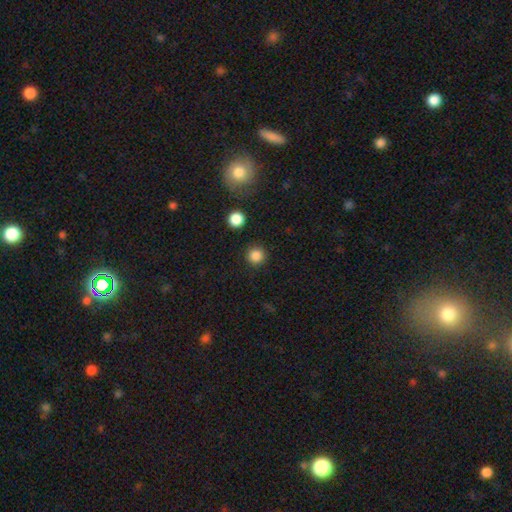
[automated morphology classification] Smooth or featured? smooth (85%)
How rounded? round (95%)
Merging? none (91%)